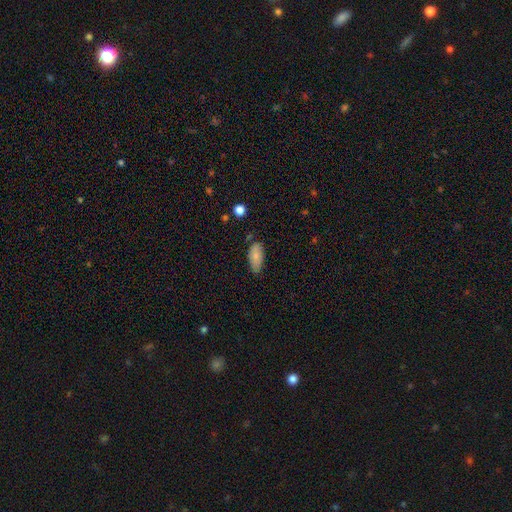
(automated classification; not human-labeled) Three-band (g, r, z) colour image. It shows a smooth galaxy with no disk features (77%) that is in between round and cigar-shaped (90%). Merging: none (70%).